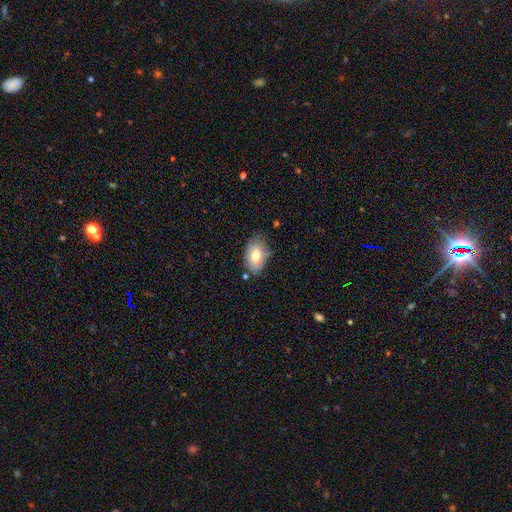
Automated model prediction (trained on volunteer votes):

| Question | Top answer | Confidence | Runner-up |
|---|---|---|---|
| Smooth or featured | smooth | 70% | featured or disk (22%) |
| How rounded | in between | 90% | round (9%) |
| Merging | none | 64% | minor disturbance (27%) |